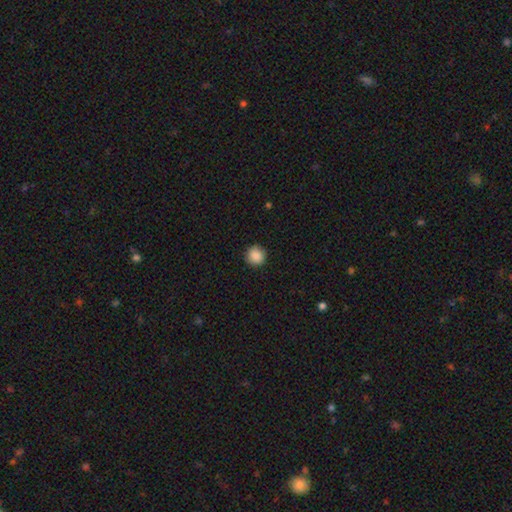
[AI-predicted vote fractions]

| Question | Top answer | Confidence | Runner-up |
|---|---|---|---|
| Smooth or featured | smooth | 88% | star or artifact (9%) |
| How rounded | round | 93% | in between (6%) |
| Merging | none | 90% | minor disturbance (7%) |